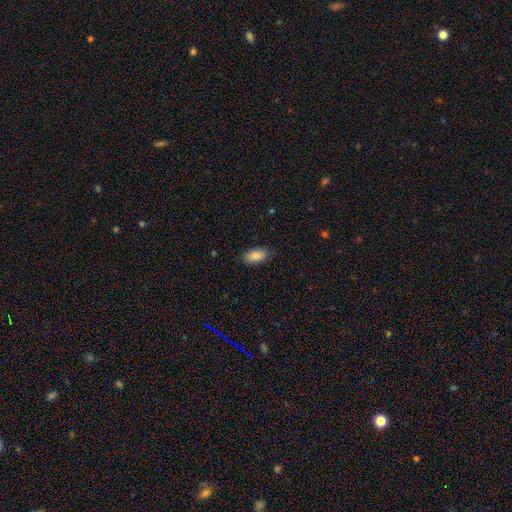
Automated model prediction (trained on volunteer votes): Smooth or featured?
  - smooth: 87% *
  - star or artifact: 7%
  - featured or disk: 6%
How rounded?
  - in between: 90% *
  - cigar-shaped: 8%
  - round: 2%
Merging?
  - none: 84% *
  - minor disturbance: 12%
  - major disturbance: 3%
  - merger: 1%